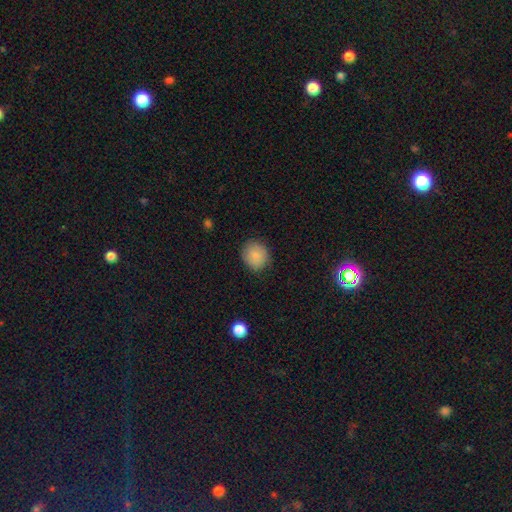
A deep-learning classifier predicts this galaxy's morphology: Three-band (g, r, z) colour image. It shows a smooth galaxy with no disk features (87%) that is round (76%). Merging: none (84%).